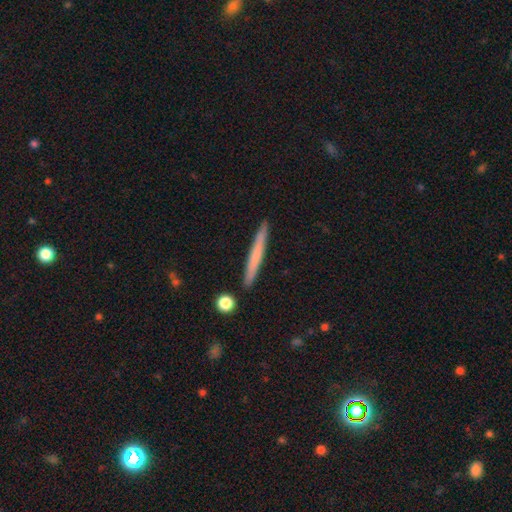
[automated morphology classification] This appears to be a smooth galaxy with no disk features (61%) that is cigar-shaped (97%). Merging: none (91%).